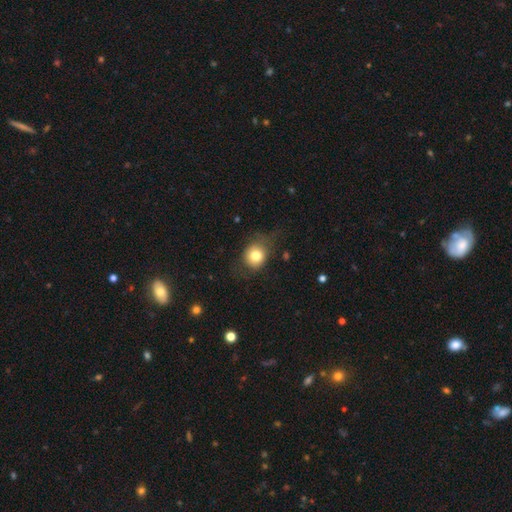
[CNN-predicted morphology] smooth_or_featured: smooth (p=0.78) [alt: featured or disk p=0.12]
how_rounded: round (p=0.72) [alt: in between p=0.27]
merging: none (p=0.64) [alt: minor disturbance p=0.23]